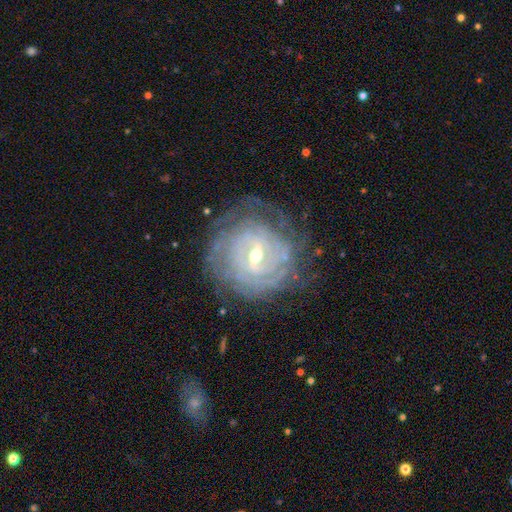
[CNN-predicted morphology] Smooth or featured?
  - featured or disk: 86% *
  - smooth: 8%
  - star or artifact: 6%
Edge-on disk?
  - no: 97% *
  - yes: 3%
Bar?
  - weak: 55% *
  - strong: 30%
  - no: 15%
Spiral arms?
  - yes: 92% *
  - no: 8%
Spiral winding?
  - tight: 80% *
  - medium: 16%
  - loose: 4%
Spiral arm count?
  - can't tell: 49% *
  - 4: 14%
  - 2: 12%
  - more than 4: 11%
  - 3: 10%
  - 1: 5%
Bulge size?
  - small: 50% *
  - moderate: 47%
  - large: 2%
  - none: 1%
  - dominant: 1%
Merging?
  - none: 71% *
  - minor disturbance: 18%
  - major disturbance: 10%
  - merger: 1%